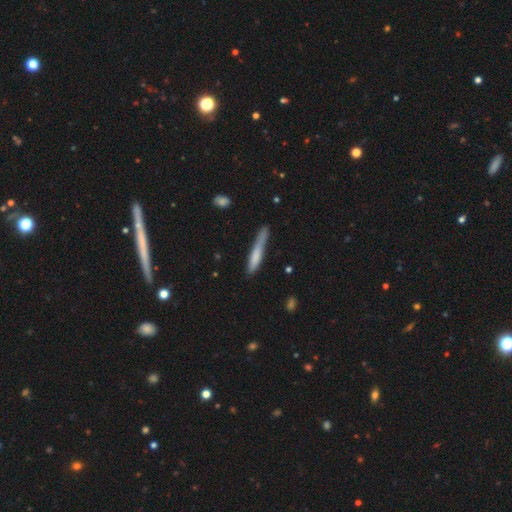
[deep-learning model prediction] The model was most divided on "merging": none: 63%, minor disturbance: 27%, major disturbance: 7%, merger: 3%. More confident: how rounded — cigar-shaped (94%); smooth or featured — smooth (65%).